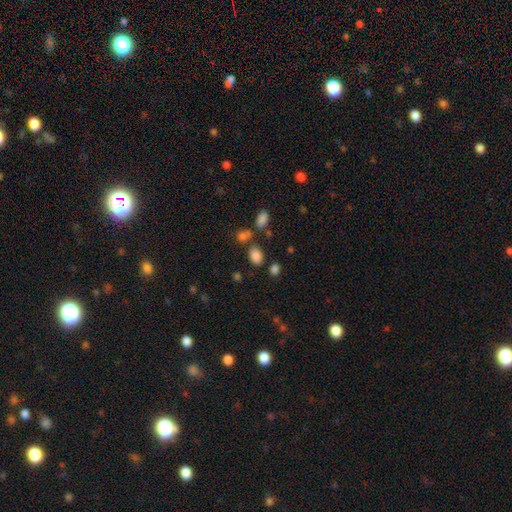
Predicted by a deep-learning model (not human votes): Overall: smooth (83%). How rounded: in between (85%). Merging: none (71%).